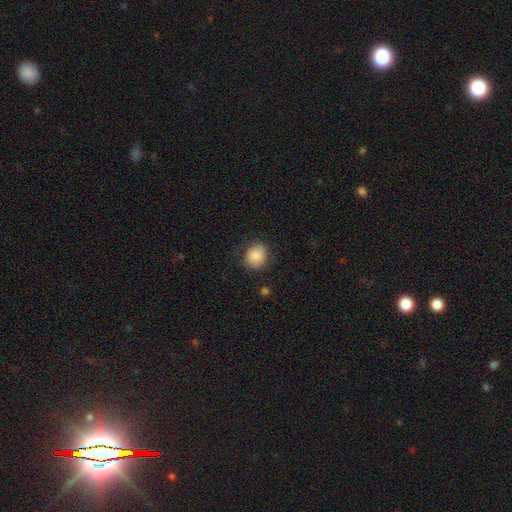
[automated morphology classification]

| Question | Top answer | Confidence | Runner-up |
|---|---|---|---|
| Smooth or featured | smooth | 83% | featured or disk (9%) |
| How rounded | round | 61% | in between (39%) |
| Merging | none | 73% | minor disturbance (20%) |